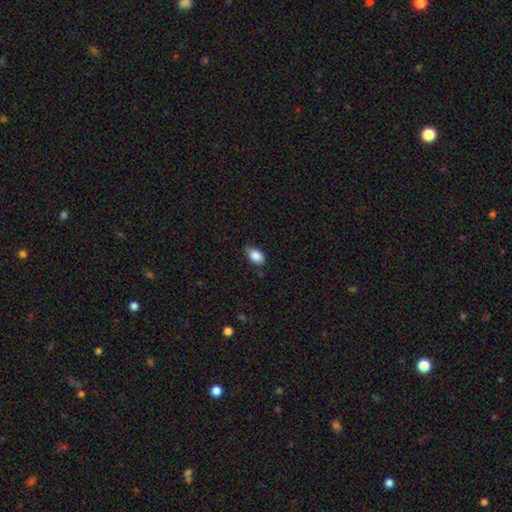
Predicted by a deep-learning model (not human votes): The model was most divided on "merging": none: 73%, minor disturbance: 22%, major disturbance: 3%, merger: 1%. More confident: how rounded — in between (90%); smooth or featured — smooth (87%).